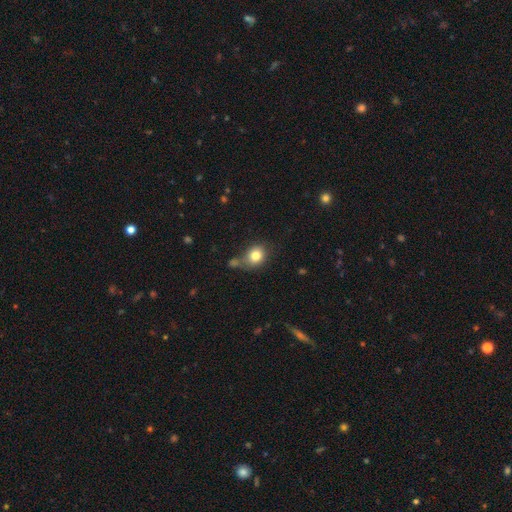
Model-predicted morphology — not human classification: type=smooth (81%); roundness=round (66%); merging=none (60%).